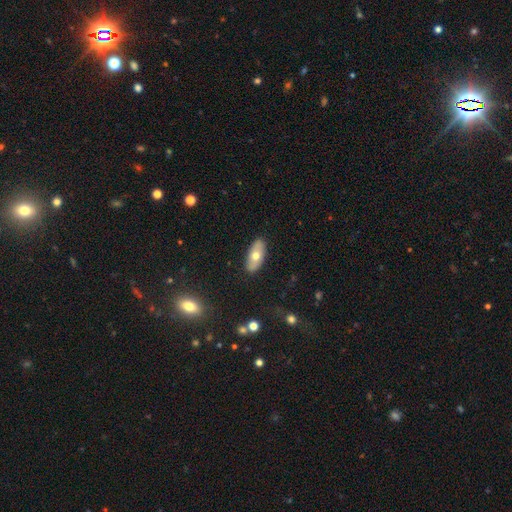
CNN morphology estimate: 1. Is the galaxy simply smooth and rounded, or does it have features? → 63% smooth, 31% featured or disk, 6% star or artifact.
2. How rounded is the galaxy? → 88% in between, 8% cigar-shaped, 3% round.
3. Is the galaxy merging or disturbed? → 87% none, 10% minor disturbance, 2% major disturbance, 1% merger.